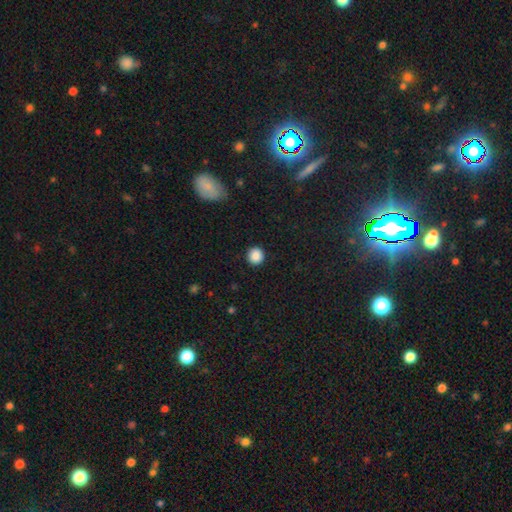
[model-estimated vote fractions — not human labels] This is clearly a smooth galaxy (88%). How rounded: clearly round (93%). Merging: clearly none (92%).